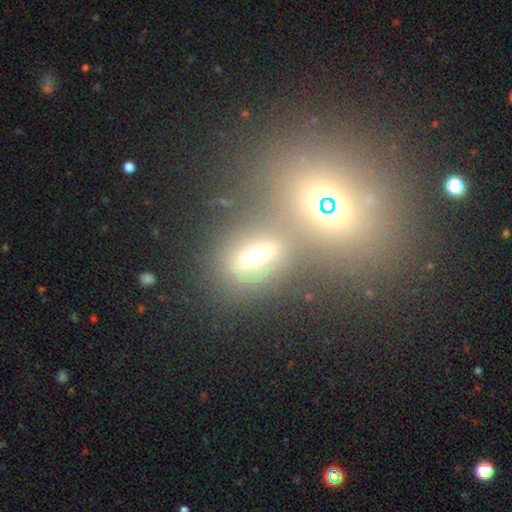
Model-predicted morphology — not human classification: smooth 48%, featured or disk 27%, star or artifact 26%. Down the decision tree: merging — none (67%).